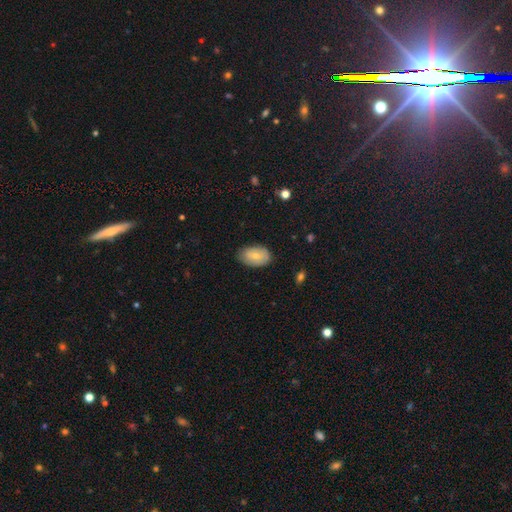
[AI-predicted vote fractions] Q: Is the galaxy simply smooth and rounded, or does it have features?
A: smooth — 70%.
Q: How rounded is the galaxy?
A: in between — 90%.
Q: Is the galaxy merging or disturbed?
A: none — 78%.